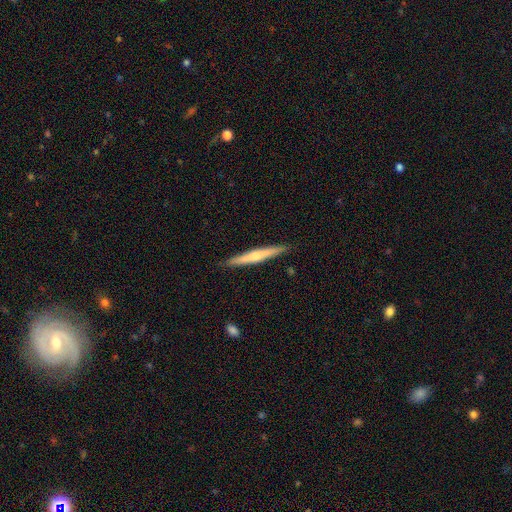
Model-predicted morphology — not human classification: featured or disk 49%, smooth 45%, star or artifact 5%. Down the decision tree: merging — none (90%).